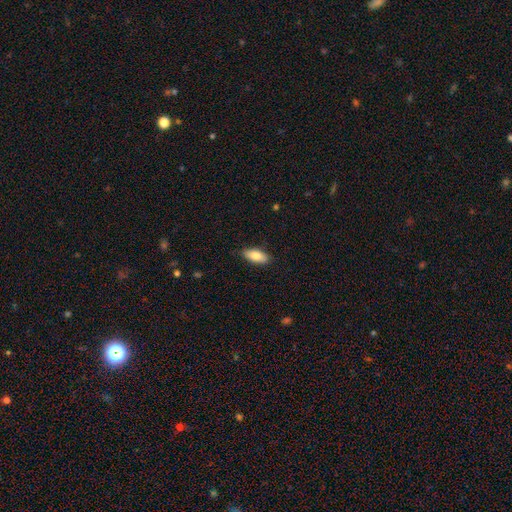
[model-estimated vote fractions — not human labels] Q: Smooth or featured?
A: smooth (82%); runner-up: featured or disk (12%)
Q: How rounded?
A: in between (86%); runner-up: cigar-shaped (11%)
Q: Merging?
A: none (87%); runner-up: minor disturbance (10%)